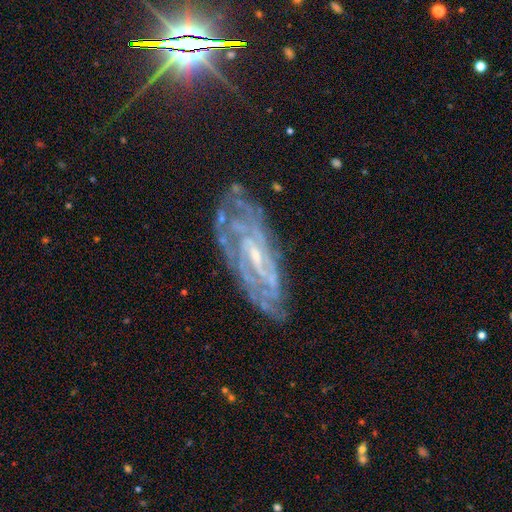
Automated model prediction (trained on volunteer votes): Smooth or featured: featured or disk — 80% (star or artifact — 10%)
Edge-on disk: no — 85% (yes — 15%)
Bar: weak — 42% (no — 37%)
Spiral arms: yes — 86% (no — 14%)
Spiral winding: tight — 66% (medium — 26%)
Spiral arm count: can't tell — 53% (2 — 15%)
Bulge size: small — 72% (moderate — 21%)
Merging: none — 72% (minor disturbance — 18%)